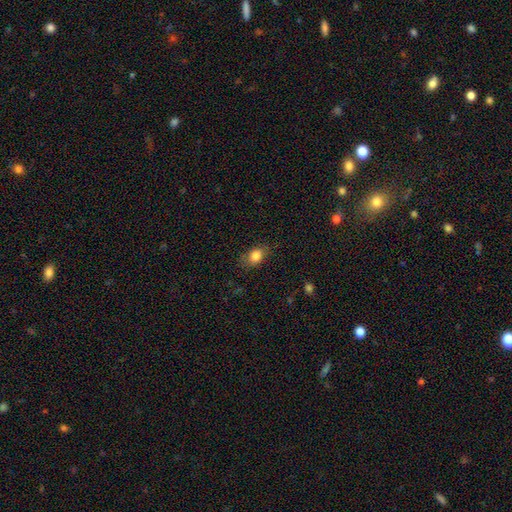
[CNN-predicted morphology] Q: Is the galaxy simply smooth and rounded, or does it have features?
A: smooth — 83%.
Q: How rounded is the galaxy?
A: in between — 74%.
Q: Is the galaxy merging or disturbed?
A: none — 76%.